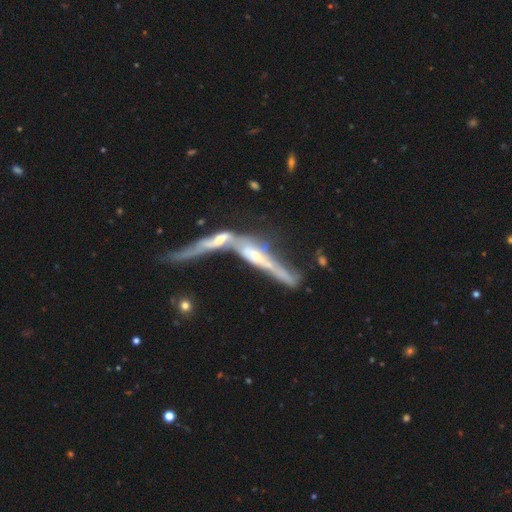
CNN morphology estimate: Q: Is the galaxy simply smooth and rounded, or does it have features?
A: featured or disk — 78%.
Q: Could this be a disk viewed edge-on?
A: yes — 81%.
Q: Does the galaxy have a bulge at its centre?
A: rounded — 73%.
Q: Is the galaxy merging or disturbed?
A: merger — 55%.